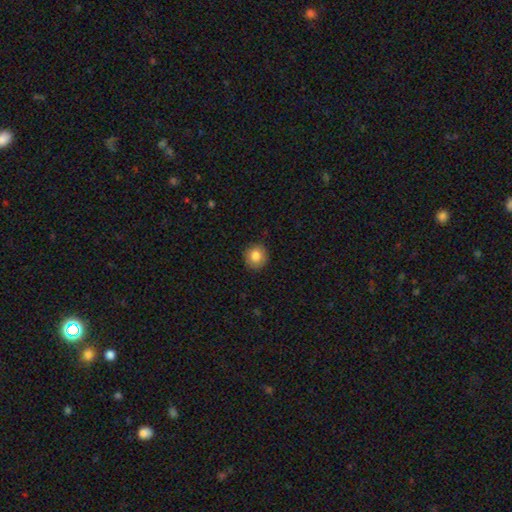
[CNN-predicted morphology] The model was most divided on "smooth or featured": smooth: 84%, star or artifact: 9%, featured or disk: 7%. More confident: how rounded — round (89%); merging — none (89%).